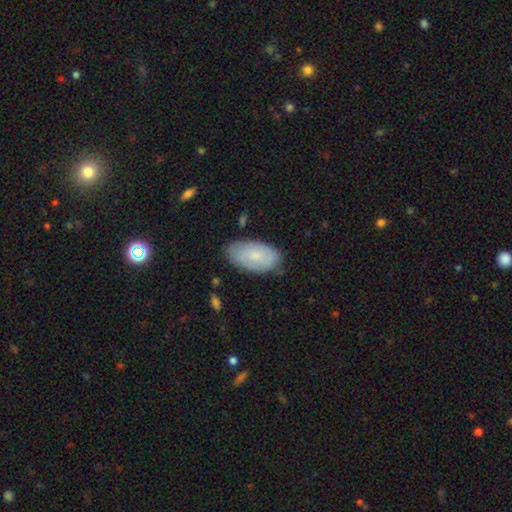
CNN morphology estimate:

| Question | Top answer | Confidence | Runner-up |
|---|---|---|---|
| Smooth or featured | smooth | 70% | featured or disk (23%) |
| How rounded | in between | 95% | round (3%) |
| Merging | none | 76% | minor disturbance (19%) |